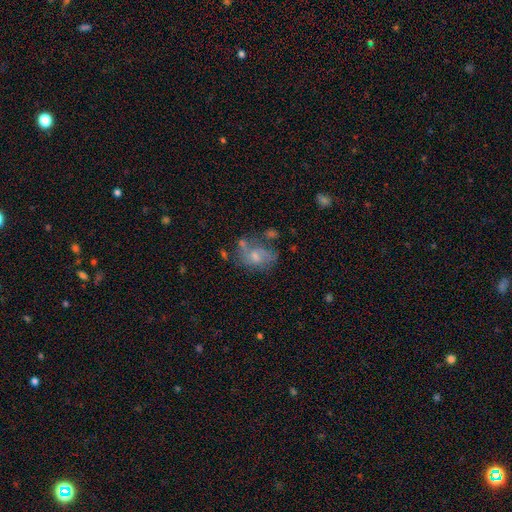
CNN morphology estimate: type=featured or disk (47%); merging=none (40%).